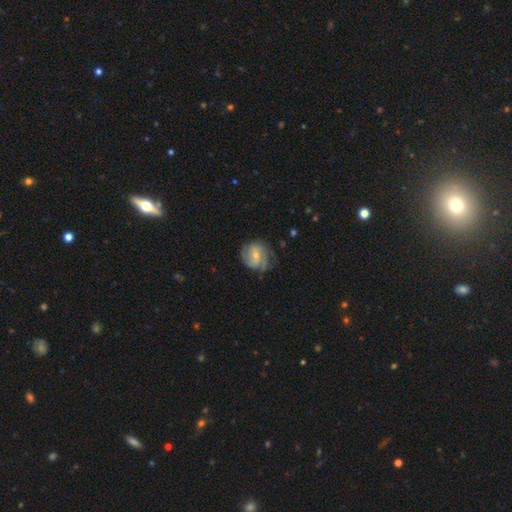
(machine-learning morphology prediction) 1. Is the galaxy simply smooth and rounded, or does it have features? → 66% featured or disk, 27% smooth, 7% star or artifact.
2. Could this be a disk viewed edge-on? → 97% no, 3% yes.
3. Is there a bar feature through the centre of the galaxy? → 49% weak, 36% no, 15% strong.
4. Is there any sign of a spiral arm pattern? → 86% yes, 14% no.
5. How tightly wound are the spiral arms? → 41% tight, 40% medium, 18% loose.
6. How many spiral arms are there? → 42% 2, 29% can't tell, 17% 3, 6% 1, 4% 4, 3% more than 4.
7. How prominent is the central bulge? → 53% small, 43% moderate, 2% none, 2% large, 1% dominant.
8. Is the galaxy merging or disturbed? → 61% none, 25% minor disturbance, 12% major disturbance, 2% merger.